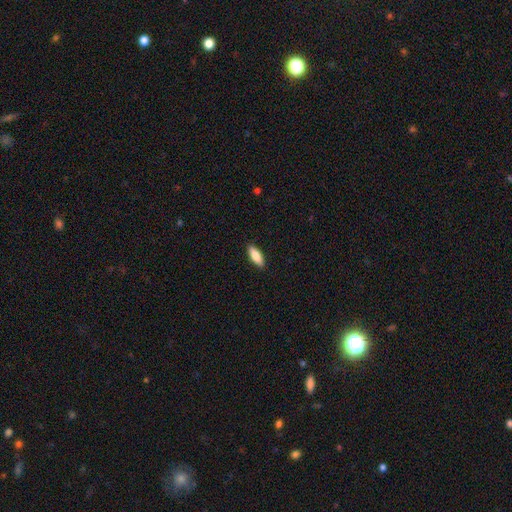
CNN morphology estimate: Smooth or featured? smooth (84%)
How rounded? in between (66%)
Merging? none (89%)